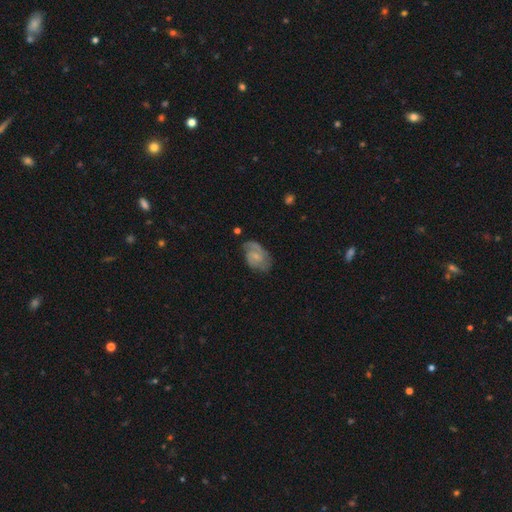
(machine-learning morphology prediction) Smooth or featured?
  - featured or disk: 61% *
  - smooth: 32%
  - star or artifact: 7%
Edge-on disk?
  - no: 97% *
  - yes: 3%
Bar?
  - no: 60% *
  - weak: 35%
  - strong: 5%
Spiral arms?
  - yes: 87% *
  - no: 13%
Spiral winding?
  - medium: 44% *
  - tight: 35%
  - loose: 21%
Spiral arm count?
  - 2: 57% *
  - can't tell: 18%
  - 1: 17%
  - 3: 5%
  - 4: 2%
  - more than 4: 1%
Bulge size?
  - small: 59% *
  - moderate: 25%
  - none: 14%
  - large: 2%
  - dominant: 1%
Merging?
  - none: 58% *
  - minor disturbance: 27%
  - major disturbance: 13%
  - merger: 2%